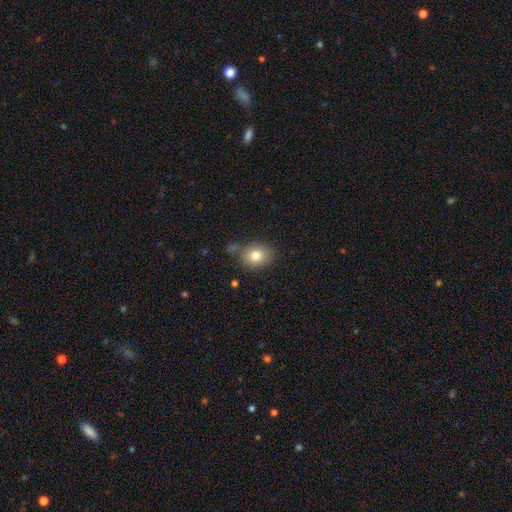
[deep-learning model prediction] Overall: smooth (78%). How rounded: round (53%; in between 46%). Merging: none (71%).